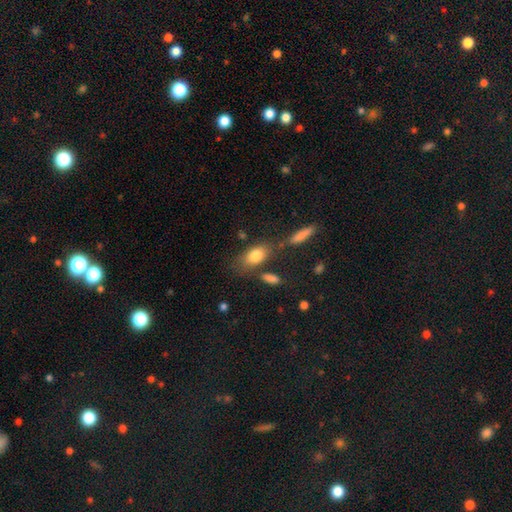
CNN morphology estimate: Overall: smooth (80%). How rounded: in between (84%). Merging: none (62%).